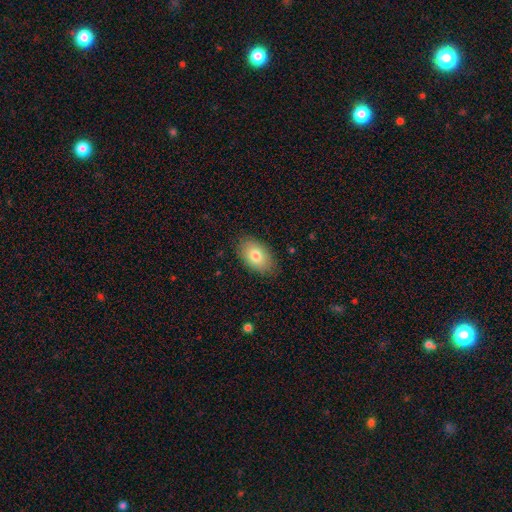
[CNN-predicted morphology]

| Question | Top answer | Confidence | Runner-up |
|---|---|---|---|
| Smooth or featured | smooth | 79% | featured or disk (14%) |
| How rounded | in between | 90% | round (8%) |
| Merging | none | 84% | minor disturbance (13%) |